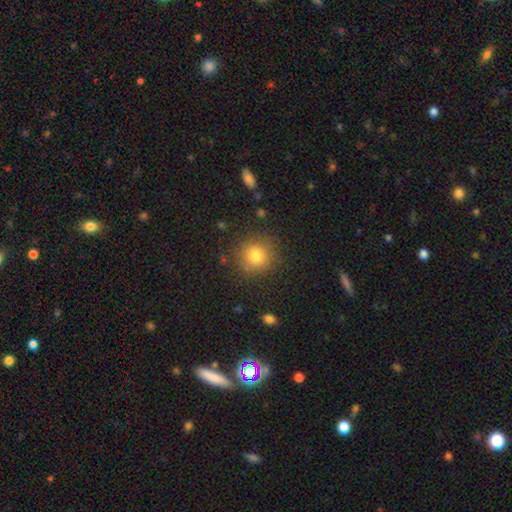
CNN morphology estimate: smooth-or-featured: smooth: 80% | star or artifact: 13% | featured or disk: 8%
  how-rounded: round: 91% | in between: 8% | cigar-shaped: 1%
  merging: none: 85% | minor disturbance: 10% | major disturbance: 3% | merger: 2%